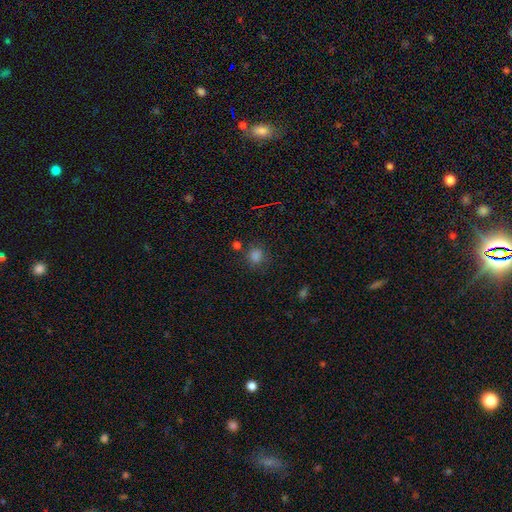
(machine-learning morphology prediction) A smooth galaxy with no disk features (75%) that is round (84%). Merging: none (78%).